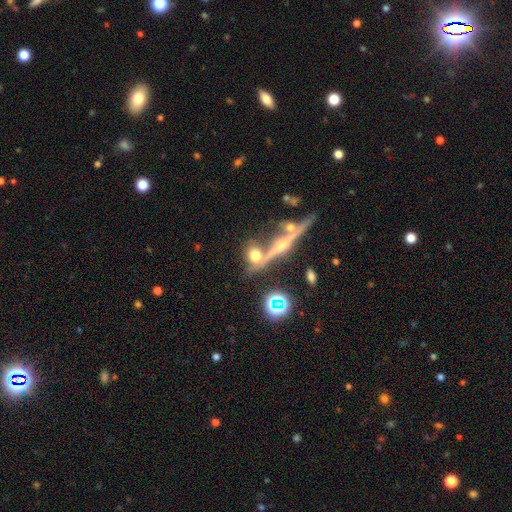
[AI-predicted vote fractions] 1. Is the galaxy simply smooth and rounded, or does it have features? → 49% smooth, 32% featured or disk, 18% star or artifact.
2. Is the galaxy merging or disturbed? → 56% none, 26% merger, 12% minor disturbance, 6% major disturbance.